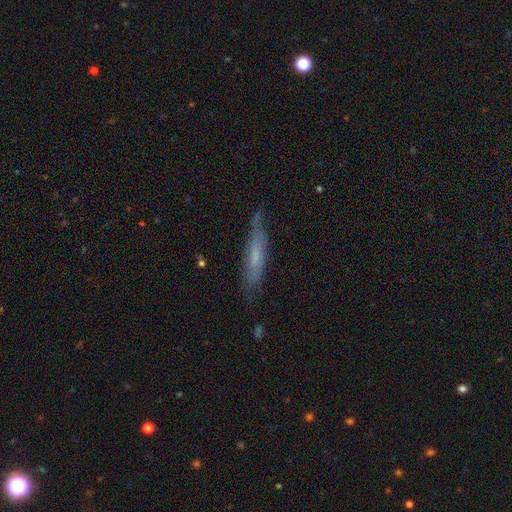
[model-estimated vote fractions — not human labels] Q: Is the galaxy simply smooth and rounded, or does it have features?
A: smooth — 47%.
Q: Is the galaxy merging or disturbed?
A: none — 70%.